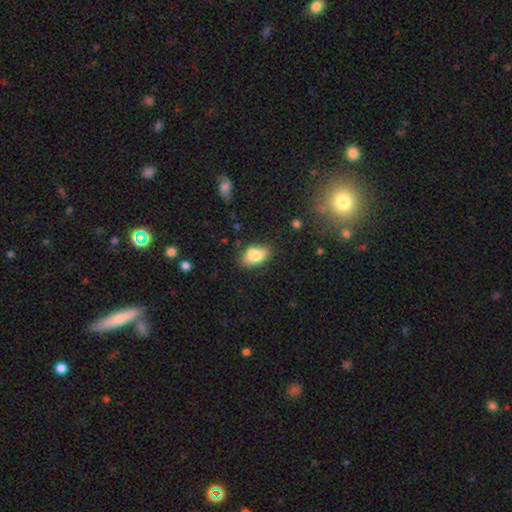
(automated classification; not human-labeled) Smooth or featured: smooth — 80% (featured or disk — 12%)
How rounded: in between — 88% (round — 10%)
Merging: none — 71% (minor disturbance — 20%)